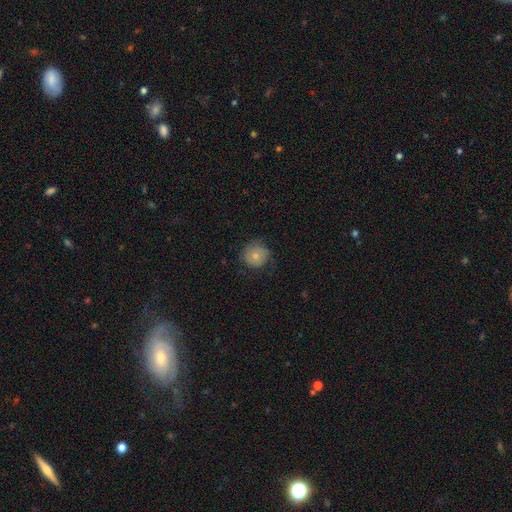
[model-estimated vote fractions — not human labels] Smooth or featured? smooth (64%)
How rounded? round (91%)
Merging? none (67%)